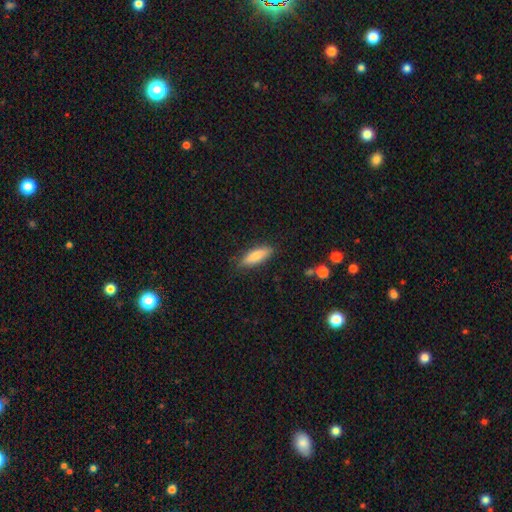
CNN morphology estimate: This appears to be a smooth galaxy with no disk features (79%) that is cigar-shaped (53%). Merging: none (85%).